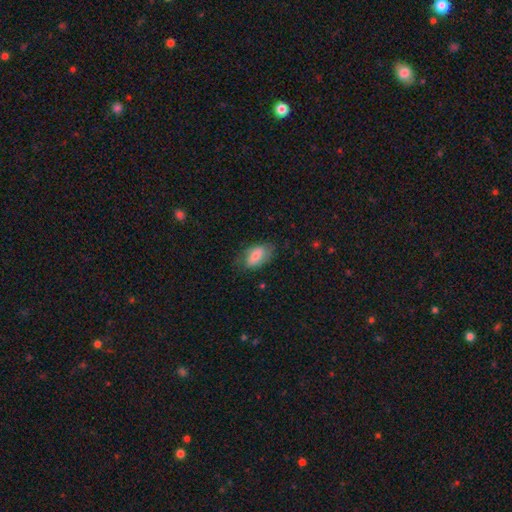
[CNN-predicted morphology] Overall: smooth (68%). How rounded: in between (91%). Merging: none (66%).